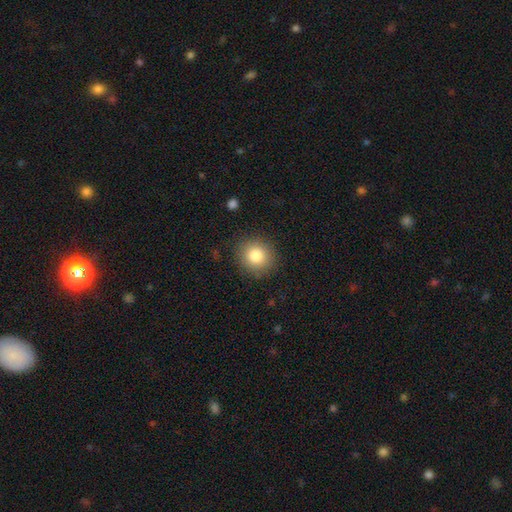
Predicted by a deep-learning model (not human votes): smooth 82%, star or artifact 10%, featured or disk 8%. Down the decision tree: how rounded — round (89%); merging — none (88%).